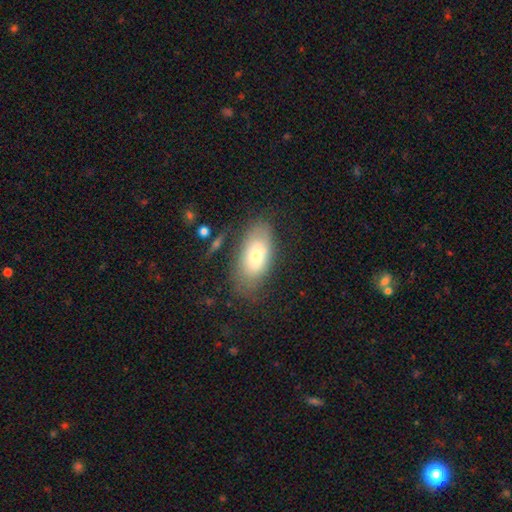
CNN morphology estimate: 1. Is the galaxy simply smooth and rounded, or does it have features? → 65% smooth, 25% featured or disk, 10% star or artifact.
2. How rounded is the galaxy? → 89% in between, 7% cigar-shaped, 3% round.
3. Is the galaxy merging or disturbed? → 74% none, 18% minor disturbance, 6% major disturbance, 2% merger.